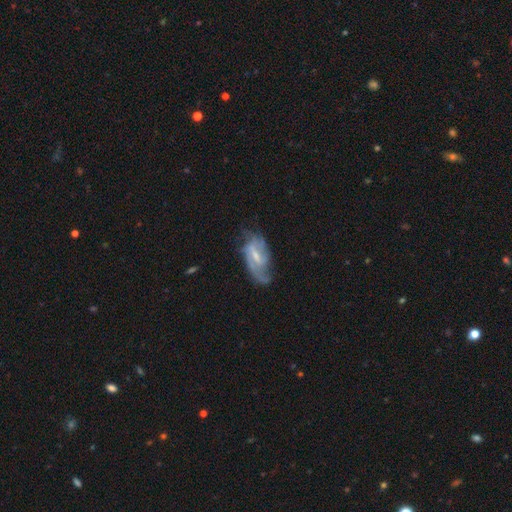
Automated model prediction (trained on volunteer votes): Overall: featured or disk (79%). Edge-on disk: no (94%). Bar: weak (55%; strong 26%). Spiral arms: yes (90%). Spiral arm count: 2 (57%; can't tell 20%). Spiral winding: medium (45%; loose 30%). Bulge size: small (48%; moderate 39%). Merging: none (55%; minor disturbance 26%).